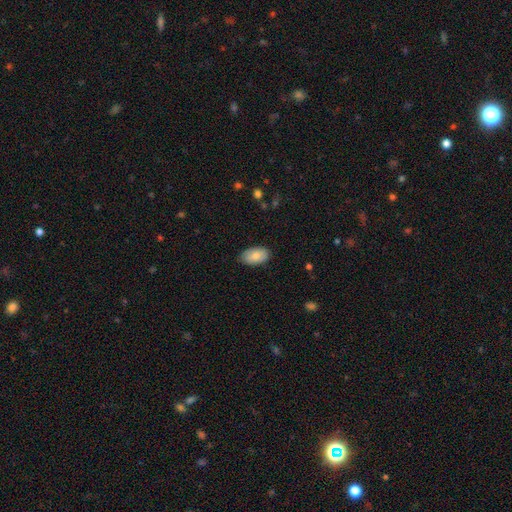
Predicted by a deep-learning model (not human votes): A smooth galaxy with no disk features (80%) that is in between round and cigar-shaped (94%). Merging: none (78%).